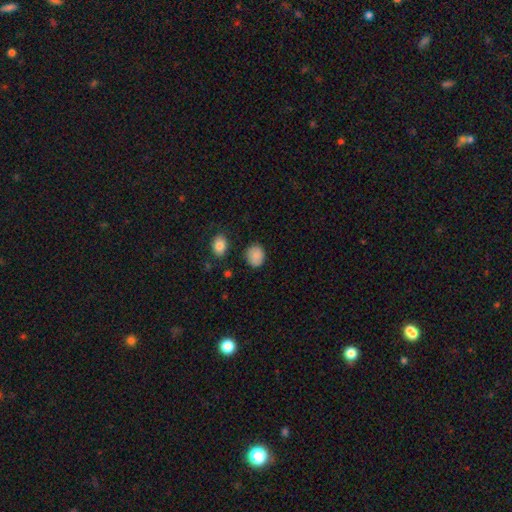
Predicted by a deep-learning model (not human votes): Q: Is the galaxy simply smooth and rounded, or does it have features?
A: smooth — 87%.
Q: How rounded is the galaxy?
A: round — 62%.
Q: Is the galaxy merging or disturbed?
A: none — 82%.